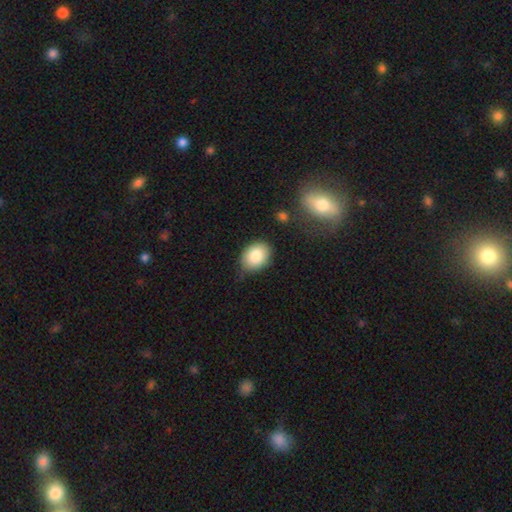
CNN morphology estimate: Smooth or featured?
  - smooth: 84% *
  - featured or disk: 8%
  - star or artifact: 8%
How rounded?
  - in between: 59% *
  - round: 40%
  - cigar-shaped: 1%
Merging?
  - none: 77% *
  - minor disturbance: 17%
  - major disturbance: 3%
  - merger: 3%